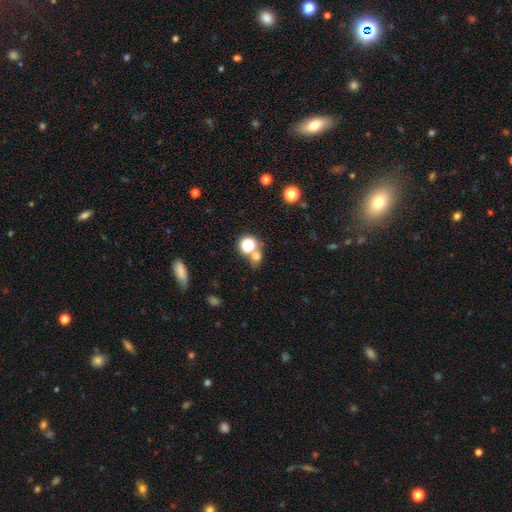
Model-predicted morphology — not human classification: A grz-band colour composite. It shows a smooth galaxy with no disk features (63%) that is round (70%). Merging: none (52%).